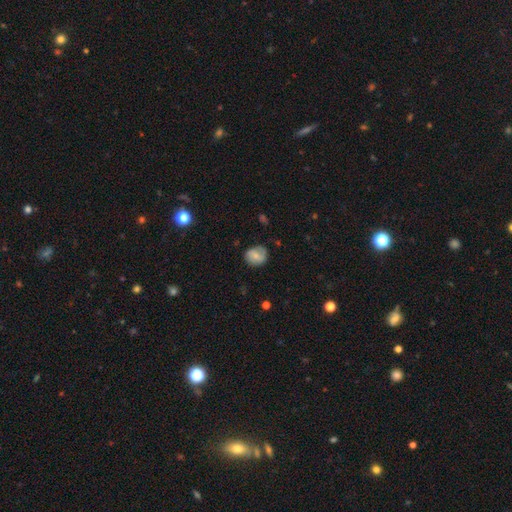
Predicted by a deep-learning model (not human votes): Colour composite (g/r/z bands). It shows a smooth galaxy with no disk features (61%) that is round (68%). Merging: none (66%).